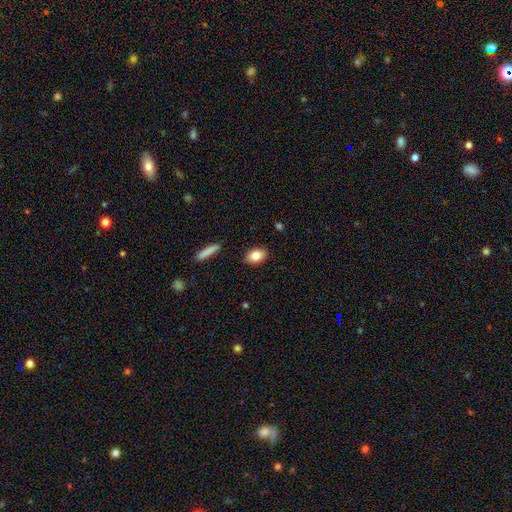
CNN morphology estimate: Smooth or featured: smooth — 82% (featured or disk — 10%)
How rounded: in between — 85% (round — 13%)
Merging: none — 89% (minor disturbance — 8%)